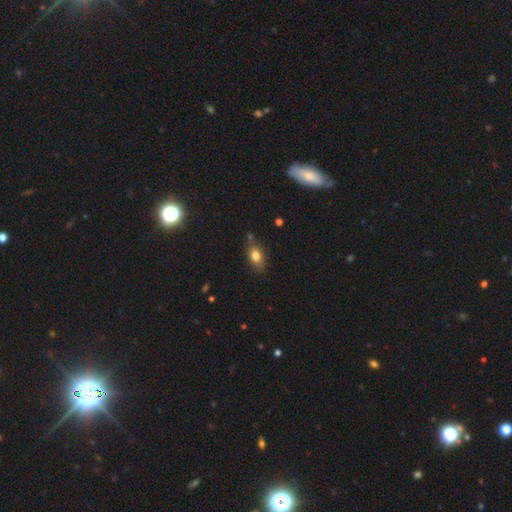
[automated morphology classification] smooth-or-featured: smooth: 78% | featured or disk: 13% | star or artifact: 10%
  how-rounded: in between: 81% | round: 13% | cigar-shaped: 7%
  merging: none: 75% | minor disturbance: 16% | merger: 5% | major disturbance: 3%